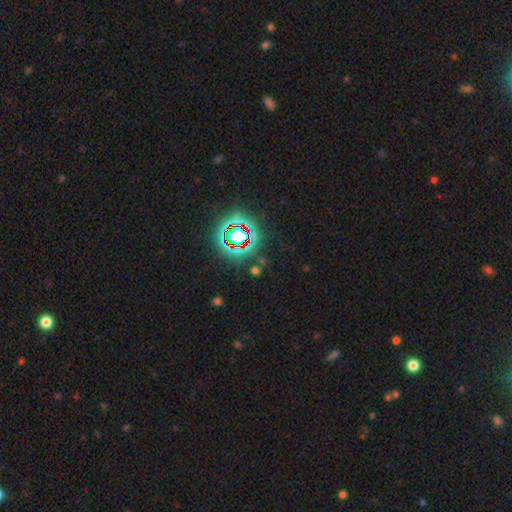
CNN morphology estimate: Q: Smooth or featured?
A: star or artifact (78%); runner-up: smooth (12%)